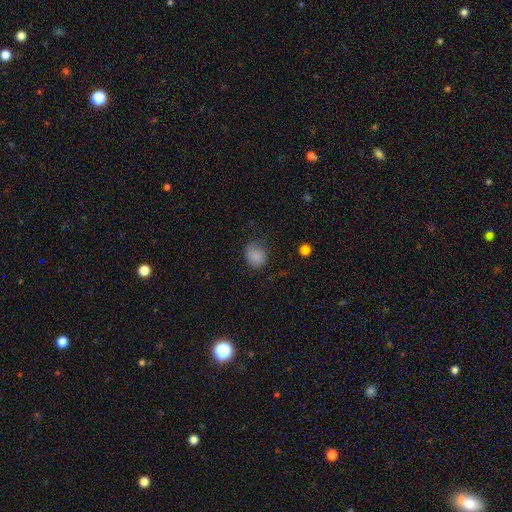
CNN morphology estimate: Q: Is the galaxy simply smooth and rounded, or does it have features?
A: smooth — 85%.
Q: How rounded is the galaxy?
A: round — 68%.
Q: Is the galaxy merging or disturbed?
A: none — 69%.